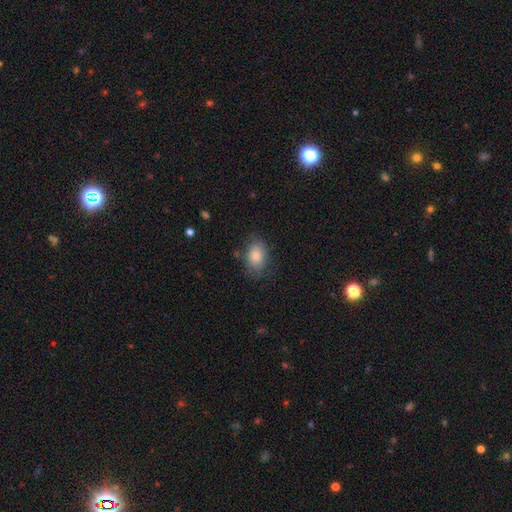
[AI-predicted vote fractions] Smooth or featured? Predicted: smooth (p=0.75). How rounded? Predicted: in between (p=0.80). Merging? Predicted: none (p=0.72).